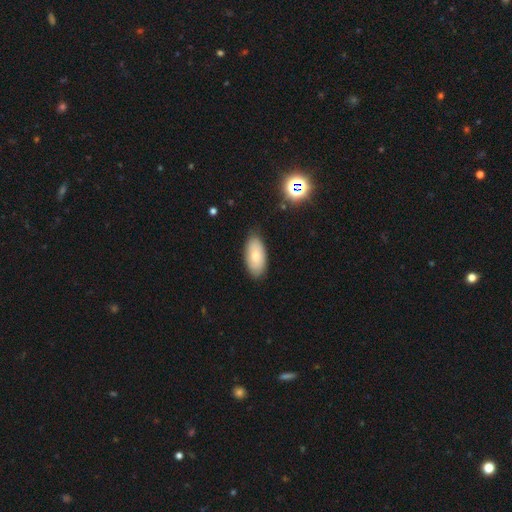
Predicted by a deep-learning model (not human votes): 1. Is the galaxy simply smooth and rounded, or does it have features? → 76% smooth, 17% featured or disk, 7% star or artifact.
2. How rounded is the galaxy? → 93% in between, 4% cigar-shaped, 3% round.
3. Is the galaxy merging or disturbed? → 83% none, 13% minor disturbance, 3% major disturbance, 1% merger.